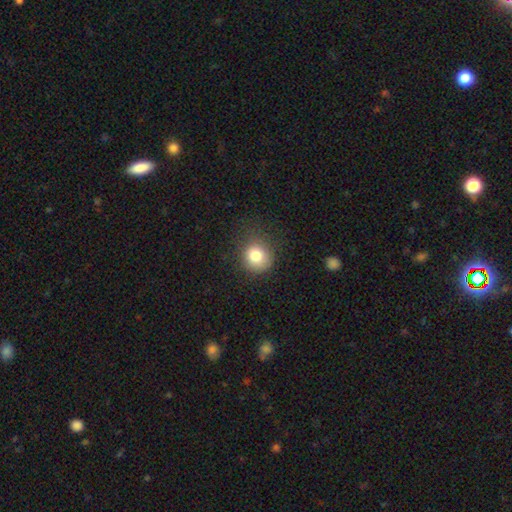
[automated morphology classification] Smooth or featured?
  - smooth: 80% *
  - star or artifact: 12%
  - featured or disk: 9%
How rounded?
  - round: 85% *
  - in between: 14%
  - cigar-shaped: 1%
Merging?
  - none: 76% *
  - minor disturbance: 16%
  - major disturbance: 7%
  - merger: 1%